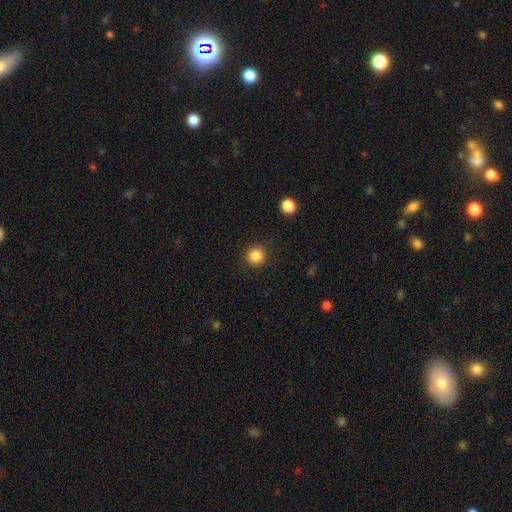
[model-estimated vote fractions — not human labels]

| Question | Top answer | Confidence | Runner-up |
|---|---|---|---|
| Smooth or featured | smooth | 86% | star or artifact (10%) |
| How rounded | round | 93% | in between (6%) |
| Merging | none | 90% | minor disturbance (6%) |